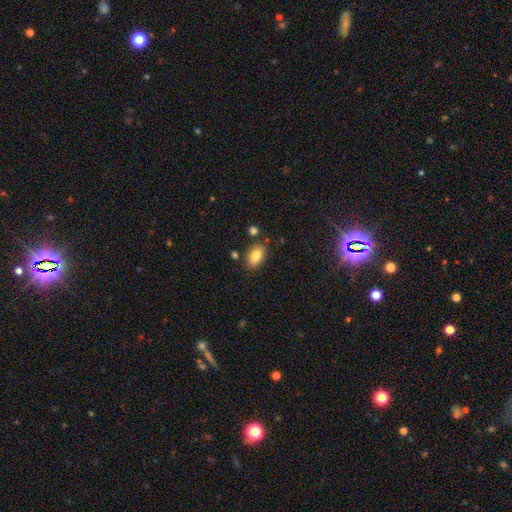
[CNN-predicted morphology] type=smooth (82%); roundness=in between (90%); merging=none (81%).